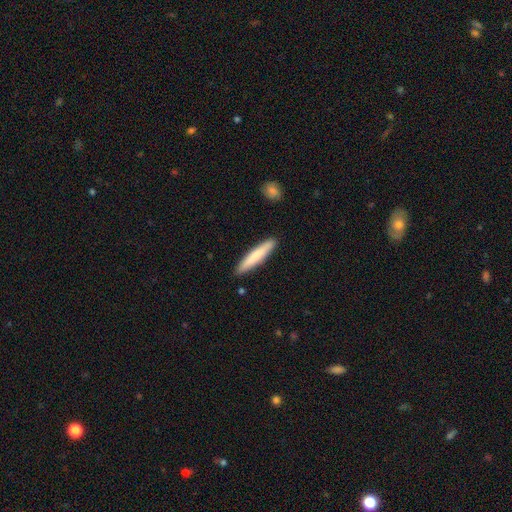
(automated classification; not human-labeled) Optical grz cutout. It shows a smooth galaxy with no disk features (74%) that is cigar-shaped (91%). Merging: none (90%).